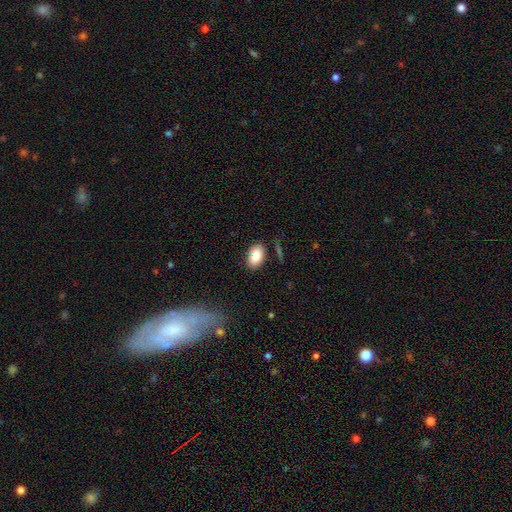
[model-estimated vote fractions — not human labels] Smooth or featured?
  - smooth: 83% *
  - featured or disk: 9%
  - star or artifact: 7%
How rounded?
  - in between: 90% *
  - round: 8%
  - cigar-shaped: 2%
Merging?
  - none: 81% *
  - minor disturbance: 13%
  - merger: 4%
  - major disturbance: 3%